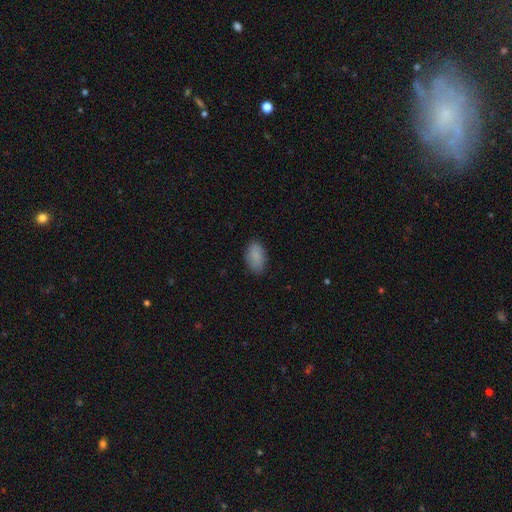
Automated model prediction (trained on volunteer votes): Smooth or featured? Predicted: smooth (p=0.87). How rounded? Predicted: in between (p=0.93). Merging? Predicted: none (p=0.82).